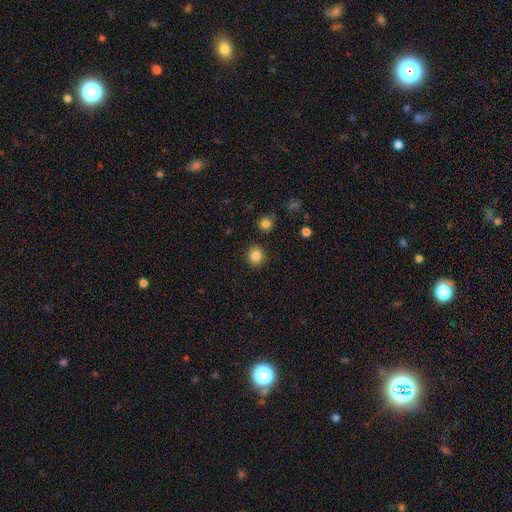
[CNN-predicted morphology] Q: Smooth or featured?
A: smooth (85%); runner-up: star or artifact (11%)
Q: How rounded?
A: round (88%); runner-up: in between (11%)
Q: Merging?
A: none (90%); runner-up: minor disturbance (6%)